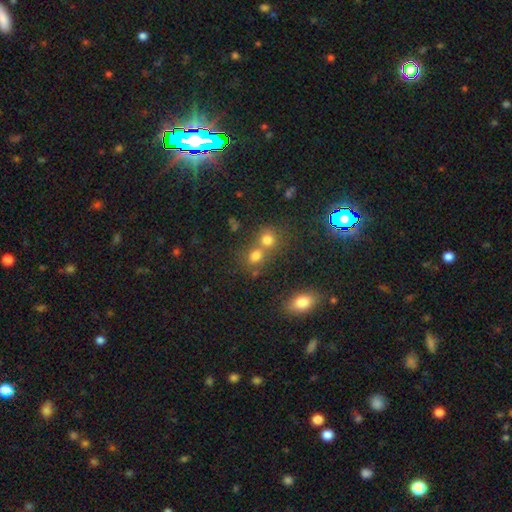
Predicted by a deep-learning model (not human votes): smooth_or_featured: smooth (p=0.73) [alt: star or artifact p=0.17]
how_rounded: round (p=0.69) [alt: in between p=0.29]
merging: merger (p=0.45) [alt: none p=0.44]